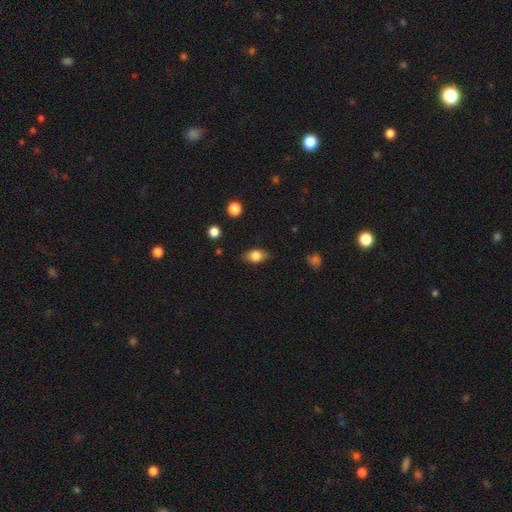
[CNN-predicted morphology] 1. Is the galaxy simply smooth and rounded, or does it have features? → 79% smooth, 13% featured or disk, 8% star or artifact.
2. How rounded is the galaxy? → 83% in between, 13% round, 4% cigar-shaped.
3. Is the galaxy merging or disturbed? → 83% none, 13% minor disturbance, 3% major disturbance, 1% merger.